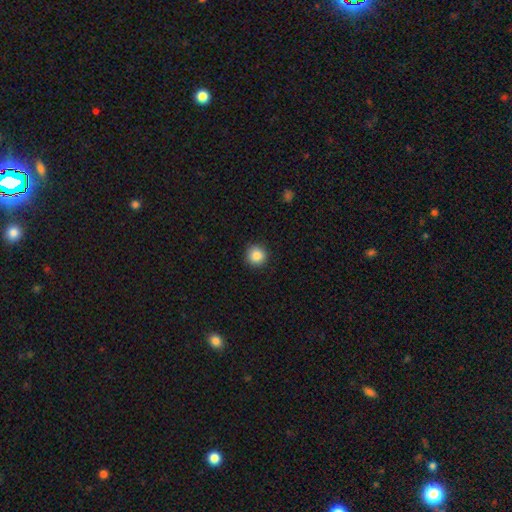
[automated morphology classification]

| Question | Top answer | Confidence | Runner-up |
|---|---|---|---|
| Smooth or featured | smooth | 87% | star or artifact (10%) |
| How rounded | round | 95% | in between (5%) |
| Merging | none | 91% | minor disturbance (6%) |